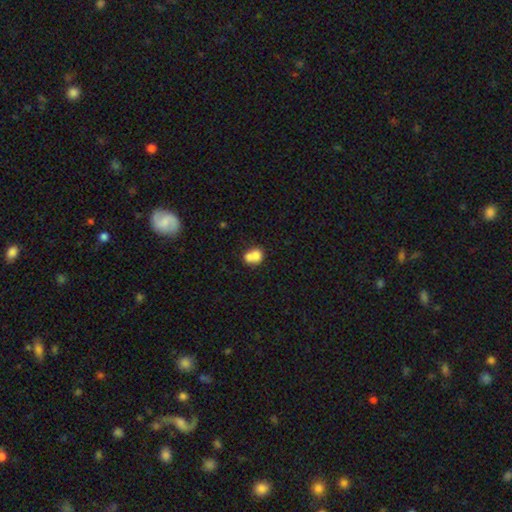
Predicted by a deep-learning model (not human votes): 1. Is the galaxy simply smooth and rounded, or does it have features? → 72% smooth, 19% featured or disk, 9% star or artifact.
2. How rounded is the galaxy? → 62% round, 37% in between, 1% cigar-shaped.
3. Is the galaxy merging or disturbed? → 64% merger, 25% none, 7% minor disturbance, 3% major disturbance.